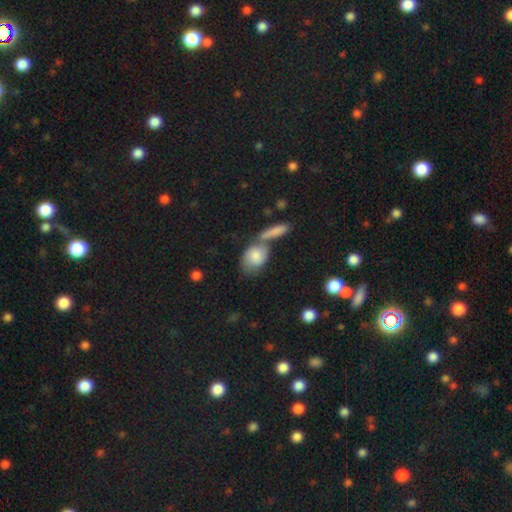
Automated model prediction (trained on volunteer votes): Smooth or featured?
  - smooth: 75% *
  - featured or disk: 19%
  - star or artifact: 7%
How rounded?
  - in between: 71% *
  - round: 25%
  - cigar-shaped: 4%
Merging?
  - merger: 39% * (tied)
  - none: 39% * (tied)
  - minor disturbance: 15%
  - major disturbance: 7%